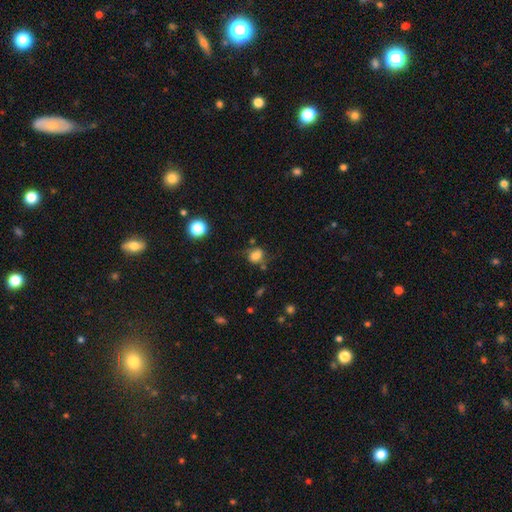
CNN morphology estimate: A smooth galaxy with no disk features (74%) that is round (58%).

Vote fractions:
- Smooth or featured? smooth: 74% / featured or disk: 13% / star or artifact: 13%
- How rounded? round: 58% / in between: 41% / cigar-shaped: 1%
- Merging? none: 59% / minor disturbance: 24% / major disturbance: 10% / merger: 8%